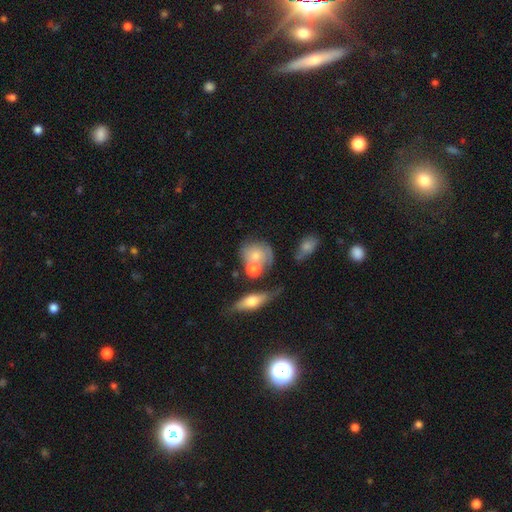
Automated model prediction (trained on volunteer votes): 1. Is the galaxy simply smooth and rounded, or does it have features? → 59% smooth, 32% featured or disk, 9% star or artifact.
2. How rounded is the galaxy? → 69% round, 29% in between, 2% cigar-shaped.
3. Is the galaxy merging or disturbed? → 42% none, 30% merger, 18% minor disturbance, 10% major disturbance.